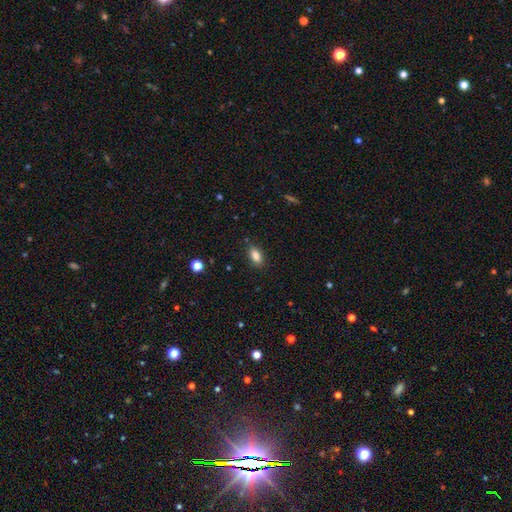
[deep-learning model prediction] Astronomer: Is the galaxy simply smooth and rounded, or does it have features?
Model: smooth — 85%.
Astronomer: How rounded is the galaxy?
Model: in between — 88%.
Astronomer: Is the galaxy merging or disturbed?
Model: none — 87%.